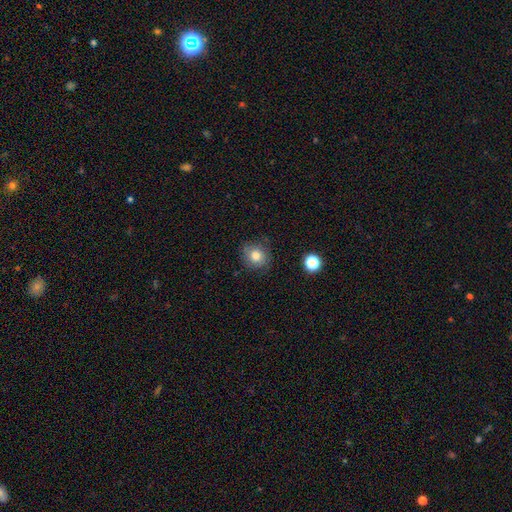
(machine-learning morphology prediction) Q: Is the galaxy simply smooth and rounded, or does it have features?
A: smooth — 77%.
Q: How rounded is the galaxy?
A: round — 82%.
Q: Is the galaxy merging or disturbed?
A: none — 81%.